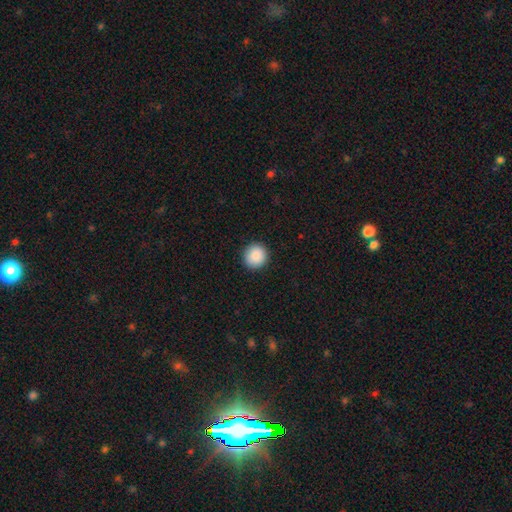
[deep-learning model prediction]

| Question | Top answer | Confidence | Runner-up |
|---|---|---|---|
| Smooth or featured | smooth | 89% | star or artifact (8%) |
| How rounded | round | 93% | in between (6%) |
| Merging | none | 92% | minor disturbance (5%) |